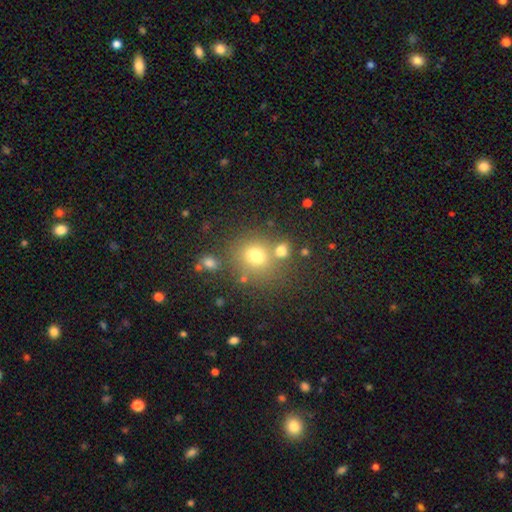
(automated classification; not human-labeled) A smooth galaxy with no disk features (72%) that is round (78%).

Vote fractions:
- Smooth or featured? smooth: 72% / star or artifact: 17% / featured or disk: 11%
- How rounded? round: 78% / in between: 21% / cigar-shaped: 1%
- Merging? none: 65% / merger: 19% / minor disturbance: 11% / major disturbance: 5%